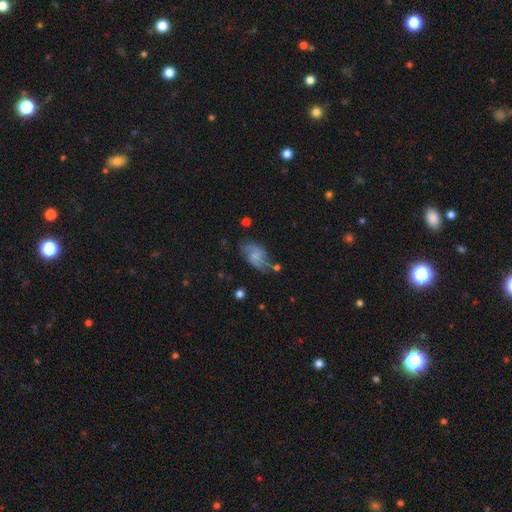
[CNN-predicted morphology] A featured or disk galaxy (47%).

Vote fractions:
- Smooth or featured? featured or disk: 47% / smooth: 44% / star or artifact: 9%
- Merging? none: 54% / minor disturbance: 28% / major disturbance: 12% / merger: 5%